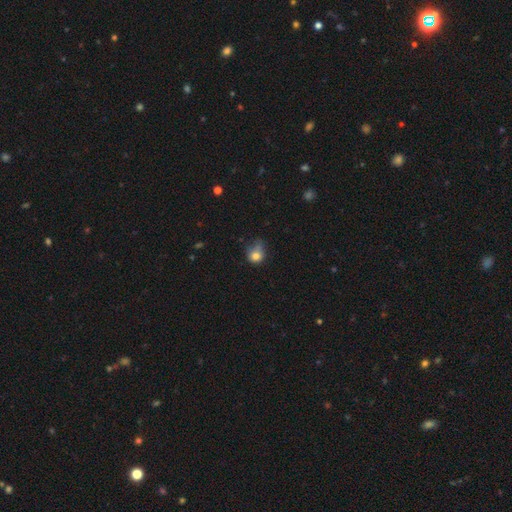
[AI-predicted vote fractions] smooth_or_featured: smooth (p=0.78) [alt: star or artifact p=0.11]
how_rounded: round (p=0.67) [alt: in between p=0.32]
merging: minor disturbance (p=0.37) [alt: none p=0.35]